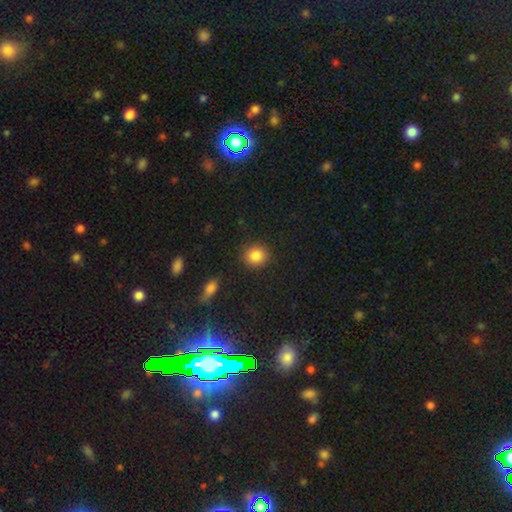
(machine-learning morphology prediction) smooth 86%, star or artifact 9%, featured or disk 5%. Down the decision tree: how rounded — round (85%); merging — none (89%).